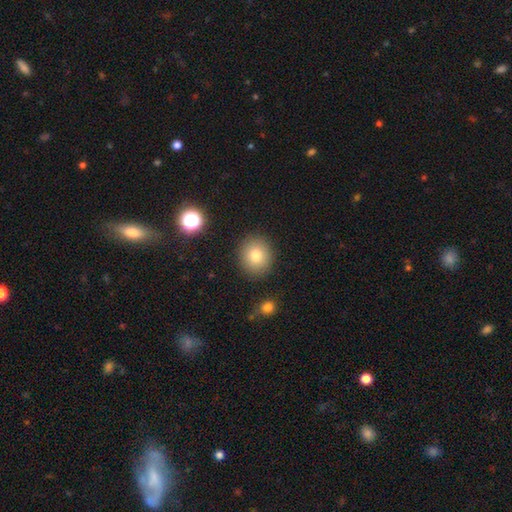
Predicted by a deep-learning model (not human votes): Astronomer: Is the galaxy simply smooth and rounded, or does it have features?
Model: smooth — 79%.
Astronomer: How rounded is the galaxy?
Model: round — 82%.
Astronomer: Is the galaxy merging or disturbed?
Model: none — 88%.